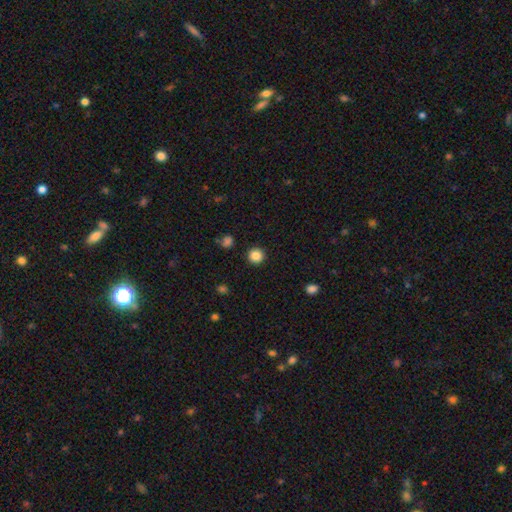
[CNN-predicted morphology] Smooth or featured: smooth — 85% (star or artifact — 11%)
How rounded: round — 95% (in between — 4%)
Merging: none — 92% (minor disturbance — 5%)